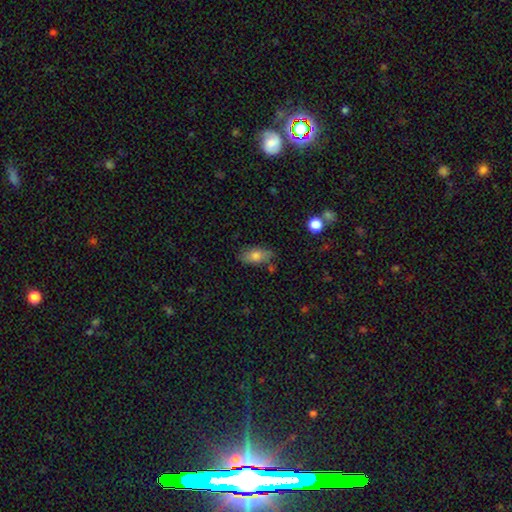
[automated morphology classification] Smooth or featured?
  - smooth: 74% *
  - featured or disk: 18%
  - star or artifact: 8%
How rounded?
  - in between: 85% *
  - cigar-shaped: 9%
  - round: 6%
Merging?
  - none: 70% *
  - minor disturbance: 21%
  - major disturbance: 5%
  - merger: 4%